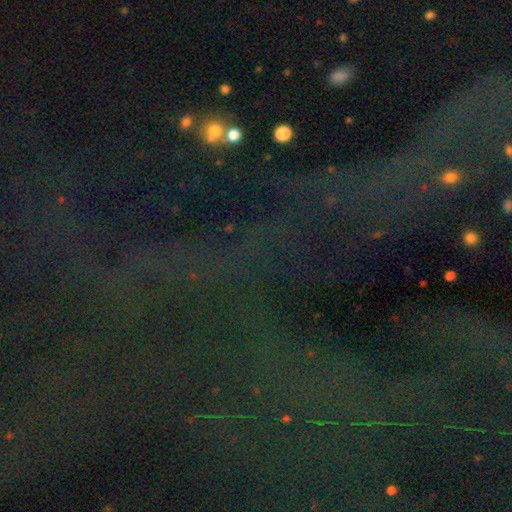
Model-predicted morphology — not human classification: Q: Smooth or featured?
A: star or artifact (80%); runner-up: featured or disk (10%)